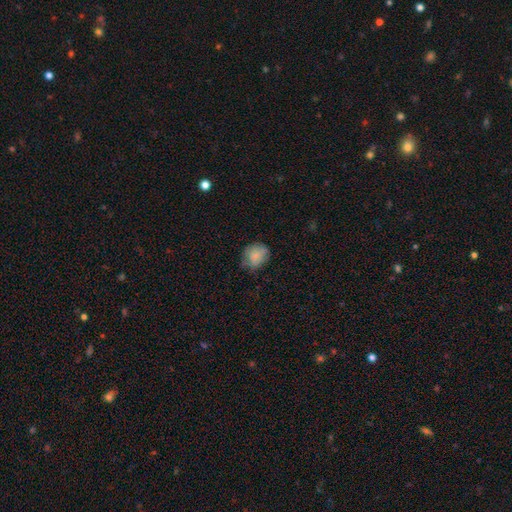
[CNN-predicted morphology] Smooth or featured: smooth — 79% (featured or disk — 12%)
How rounded: round — 65% (in between — 34%)
Merging: none — 60% (minor disturbance — 30%)